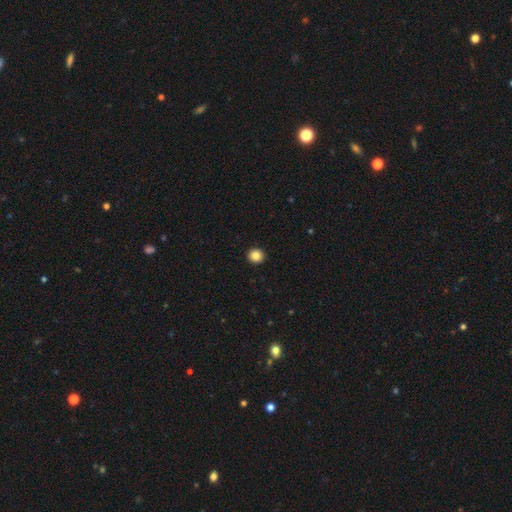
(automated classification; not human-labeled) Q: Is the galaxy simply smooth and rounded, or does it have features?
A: smooth — 84%.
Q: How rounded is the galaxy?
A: round — 92%.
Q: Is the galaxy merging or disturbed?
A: none — 94%.